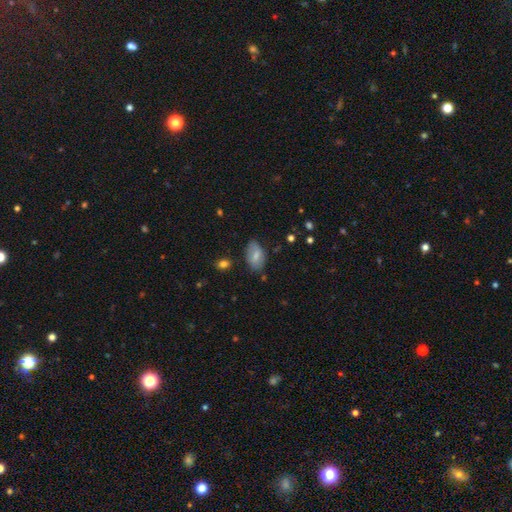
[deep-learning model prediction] Morphology: type=smooth (68%); roundness=in between (91%); merging=none (71%).